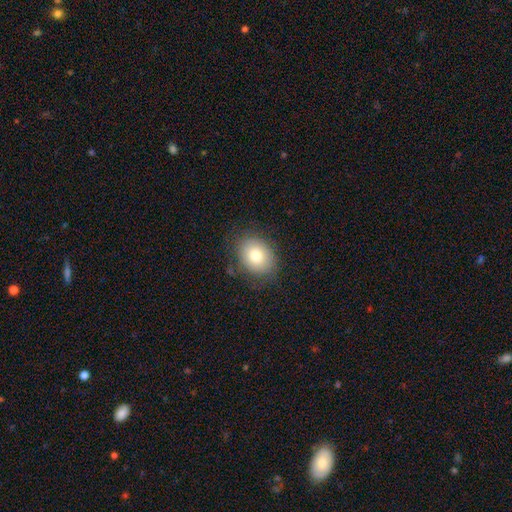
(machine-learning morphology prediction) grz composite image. It shows a smooth galaxy with no disk features (78%) that is in between round and cigar-shaped (60%). Merging: none (79%).